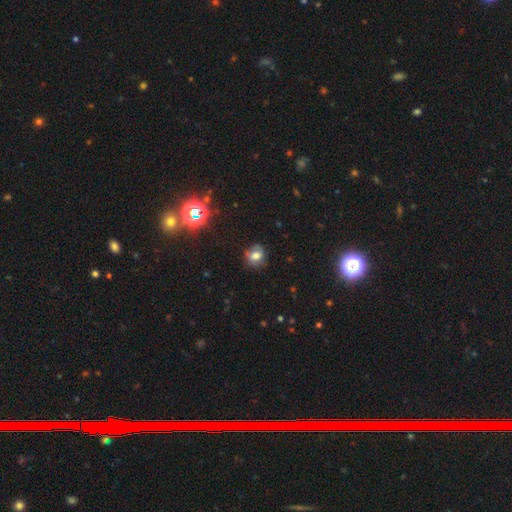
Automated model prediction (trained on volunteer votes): This appears to be a smooth galaxy with no disk features (65%) that is round (68%). Merging: none (69%).